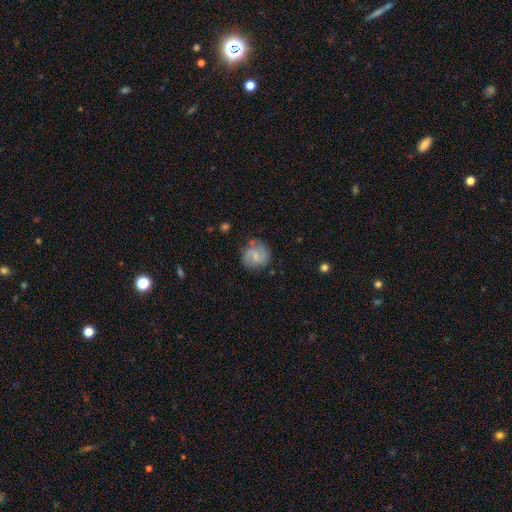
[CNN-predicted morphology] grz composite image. It shows a featured or disk galaxy (58%) with a weak bar (48%), 2 (80%) medium (48%) spiral arms (89%) and a small central bulge (58%). Merging: none (75%).